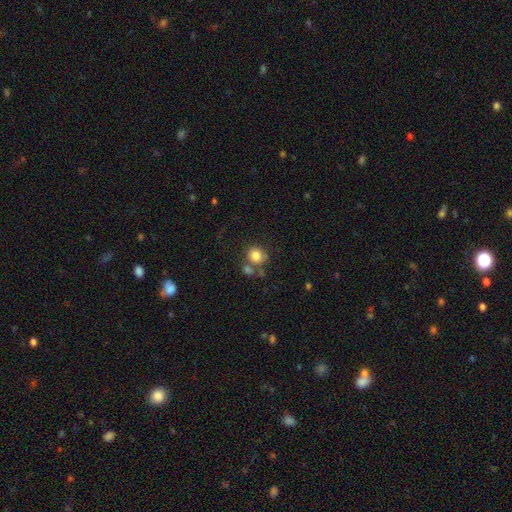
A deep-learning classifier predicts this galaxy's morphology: type=smooth (81%); roundness=round (75%); merging=none (56%).